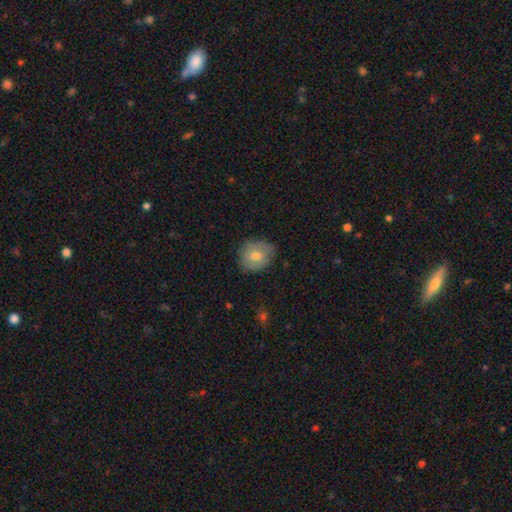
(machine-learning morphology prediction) smooth 67%, featured or disk 24%, star or artifact 9%. Down the decision tree: how rounded — round (70%); merging — none (78%).